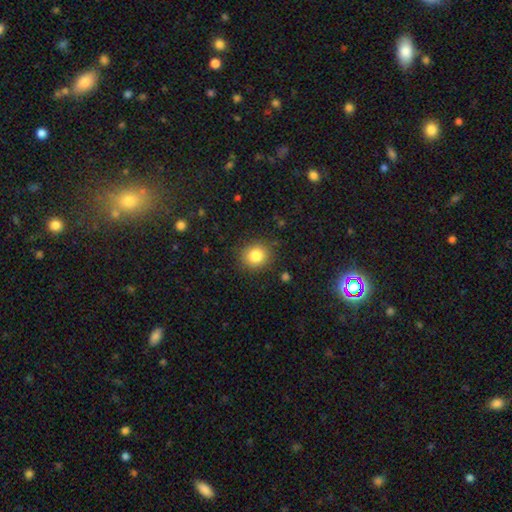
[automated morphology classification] A smooth galaxy with no disk features (83%) that is round (81%).

Vote fractions:
- Smooth or featured? smooth: 83% / star or artifact: 11% / featured or disk: 6%
- How rounded? round: 81% / in between: 18% / cigar-shaped: 1%
- Merging? none: 86% / minor disturbance: 10% / major disturbance: 3% / merger: 1%